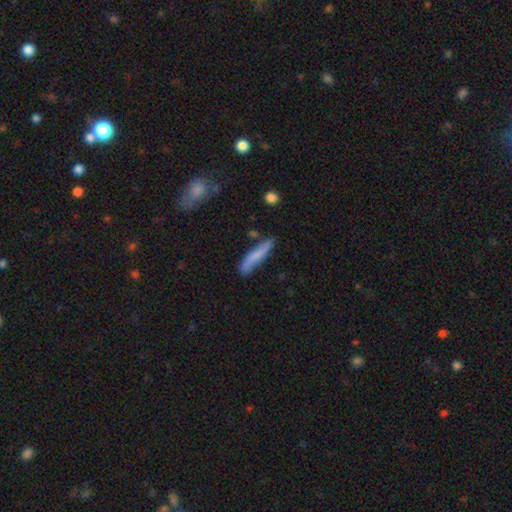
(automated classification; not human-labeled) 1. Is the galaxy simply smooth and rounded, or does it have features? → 62% smooth, 31% featured or disk, 7% star or artifact.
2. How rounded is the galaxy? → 86% cigar-shaped, 12% in between, 2% round.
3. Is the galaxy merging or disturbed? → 68% none, 22% minor disturbance, 5% major disturbance, 5% merger.